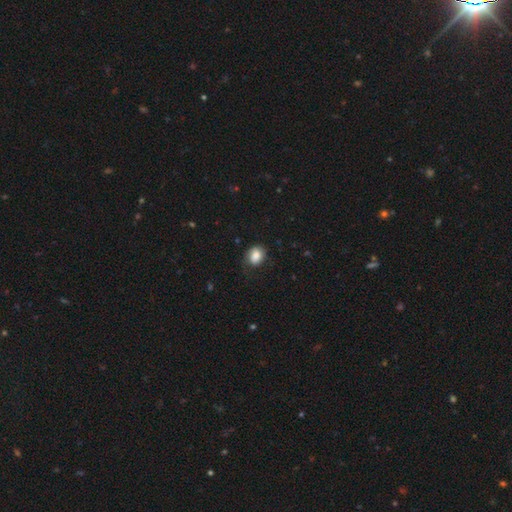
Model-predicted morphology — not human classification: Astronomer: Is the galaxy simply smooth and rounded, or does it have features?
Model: smooth — 82%.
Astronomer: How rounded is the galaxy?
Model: in between — 58% (runner-up: round, 41%).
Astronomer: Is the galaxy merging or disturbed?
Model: none — 65%.